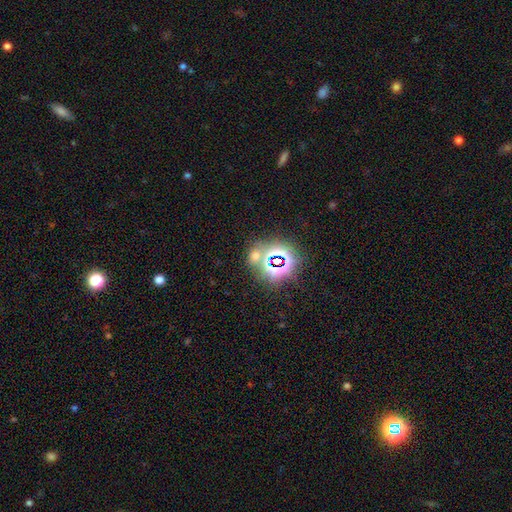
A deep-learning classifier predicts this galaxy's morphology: This appears to be a star or artifact, not a galaxy (57%).